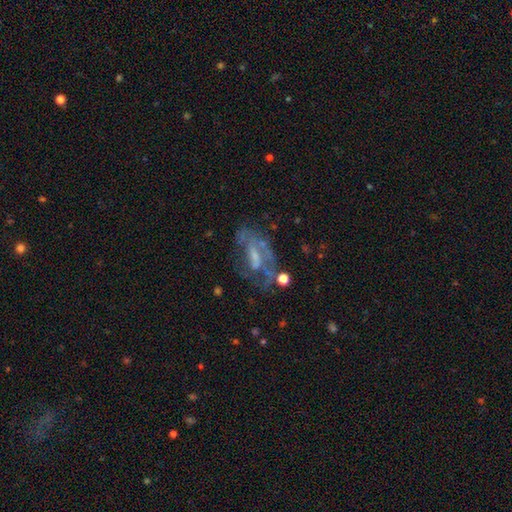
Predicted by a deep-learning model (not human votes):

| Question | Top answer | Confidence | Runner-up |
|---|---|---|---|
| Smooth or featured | featured or disk | 69% | smooth (19%) |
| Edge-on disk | no | 91% | yes (9%) |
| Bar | weak | 40% | no (39%) |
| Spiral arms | yes | 60% | no (40%) |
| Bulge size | small | 40% | moderate (30%) |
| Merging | none | 42% | major disturbance (30%) |